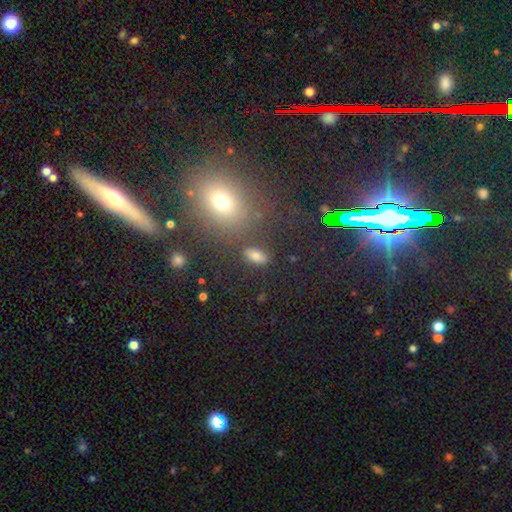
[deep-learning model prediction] Smooth or featured? smooth (65%)
How rounded? in between (79%)
Merging? none (80%)